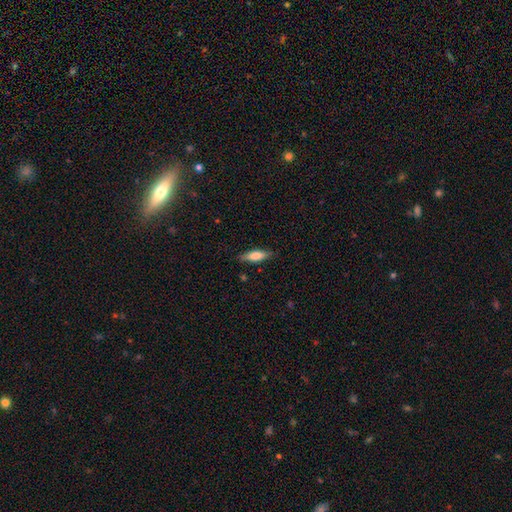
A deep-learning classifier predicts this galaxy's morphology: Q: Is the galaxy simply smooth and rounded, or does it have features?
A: smooth — 71%.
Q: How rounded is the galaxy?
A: cigar-shaped — 56%.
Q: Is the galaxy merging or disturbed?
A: none — 82%.